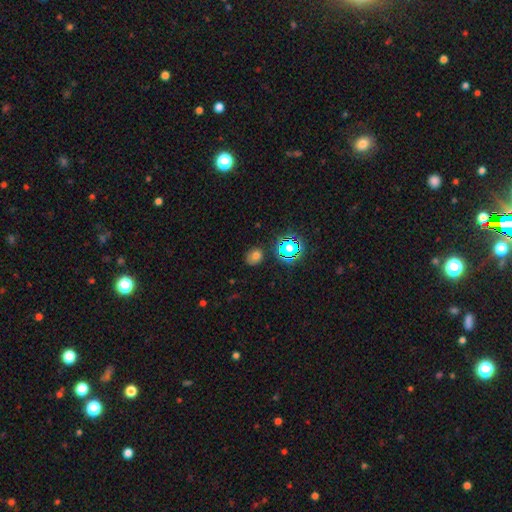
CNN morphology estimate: smooth 67%, star or artifact 24%, featured or disk 9%. Down the decision tree: how rounded — round (65%); merging — none (74%).